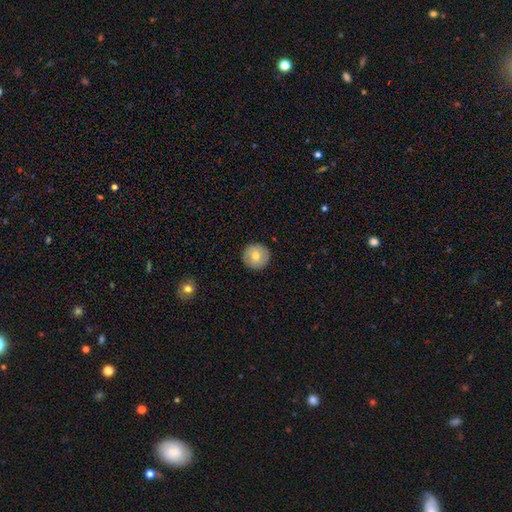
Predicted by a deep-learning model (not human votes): smooth_or_featured: smooth (p=0.73) [alt: featured or disk p=0.19]
how_rounded: round (p=0.95) [alt: in between p=0.04]
merging: none (p=0.91) [alt: minor disturbance p=0.06]